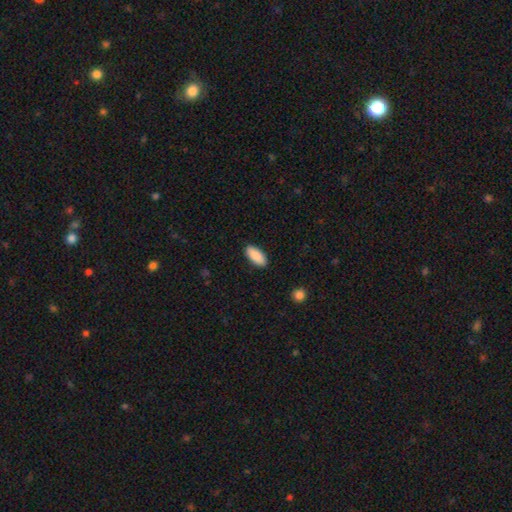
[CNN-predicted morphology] Smooth or featured?
  - smooth: 89% *
  - star or artifact: 6%
  - featured or disk: 5%
How rounded?
  - in between: 88% *
  - cigar-shaped: 10%
  - round: 2%
Merging?
  - none: 89% *
  - minor disturbance: 8%
  - major disturbance: 2%
  - merger: 1%